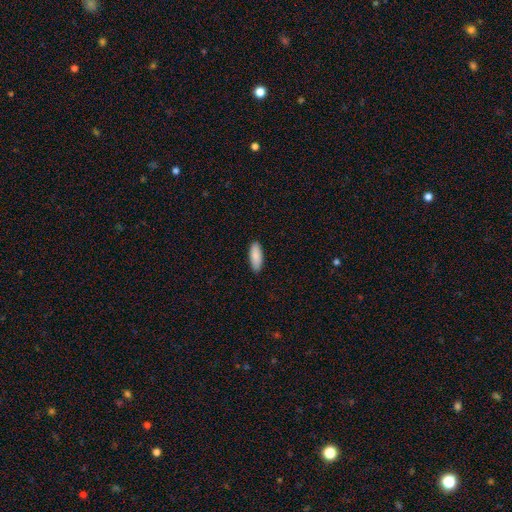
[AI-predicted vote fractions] smooth 89%, star or artifact 5%, featured or disk 5%. Down the decision tree: how rounded — in between (73%); merging — none (90%).